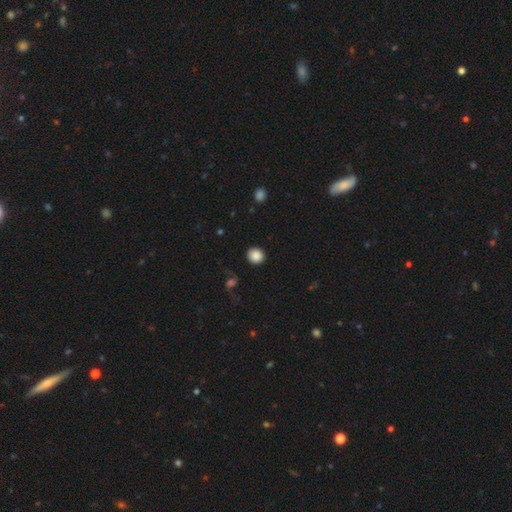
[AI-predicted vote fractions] Smooth or featured? smooth (87%)
How rounded? round (89%)
Merging? none (88%)